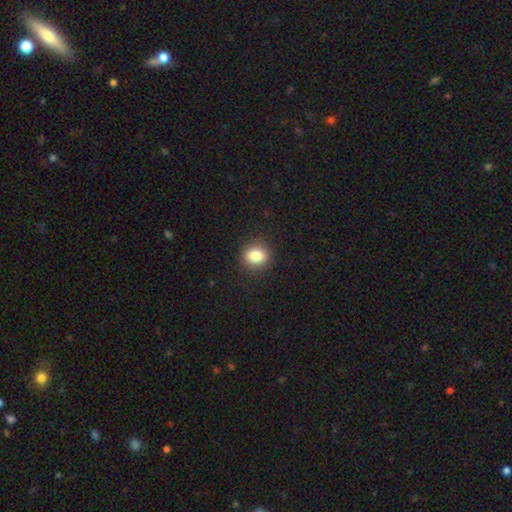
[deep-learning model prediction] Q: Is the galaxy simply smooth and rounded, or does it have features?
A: smooth — 84%.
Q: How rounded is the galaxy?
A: round — 61%.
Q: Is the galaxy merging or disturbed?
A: none — 89%.